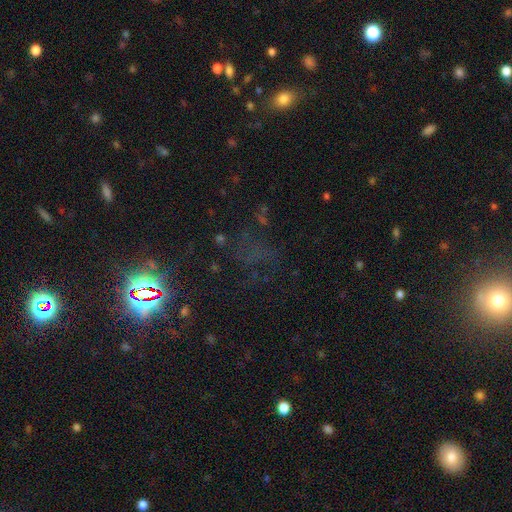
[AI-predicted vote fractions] Overall: star or artifact (66%).